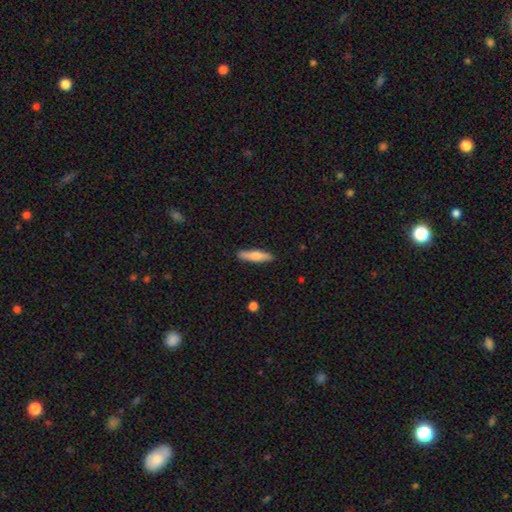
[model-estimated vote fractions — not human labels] Smooth or featured?
  - smooth: 69% *
  - featured or disk: 25%
  - star or artifact: 6%
How rounded?
  - cigar-shaped: 82% *
  - in between: 17%
  - round: 2%
Merging?
  - none: 89% *
  - minor disturbance: 8%
  - major disturbance: 2%
  - merger: 1%